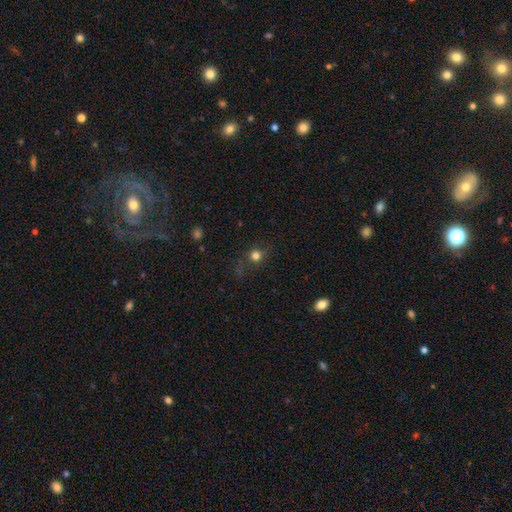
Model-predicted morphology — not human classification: Smooth or featured: smooth — 72% (star or artifact — 20%)
How rounded: round — 88% (in between — 10%)
Merging: none — 78% (minor disturbance — 14%)